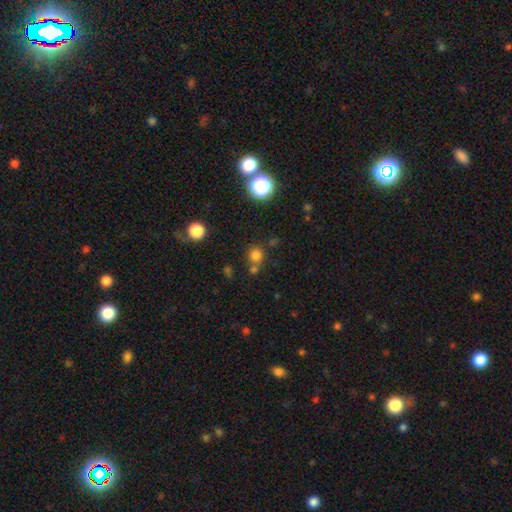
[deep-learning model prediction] smooth 74%, star or artifact 20%, featured or disk 6%. Down the decision tree: how rounded — round (87%); merging — none (65%).